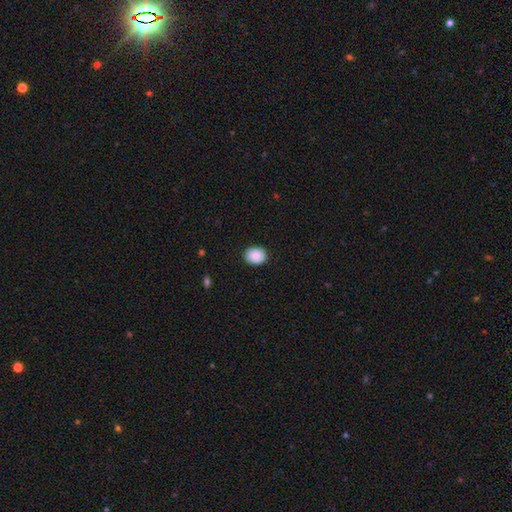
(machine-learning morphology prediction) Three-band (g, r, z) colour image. It shows a smooth galaxy with no disk features (88%) that is round (55%). Merging: none (91%).